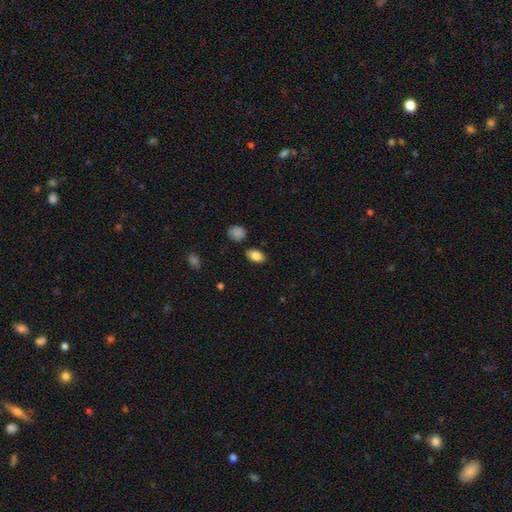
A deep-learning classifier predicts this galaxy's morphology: Overall: smooth (86%). How rounded: in between (88%). Merging: none (84%).